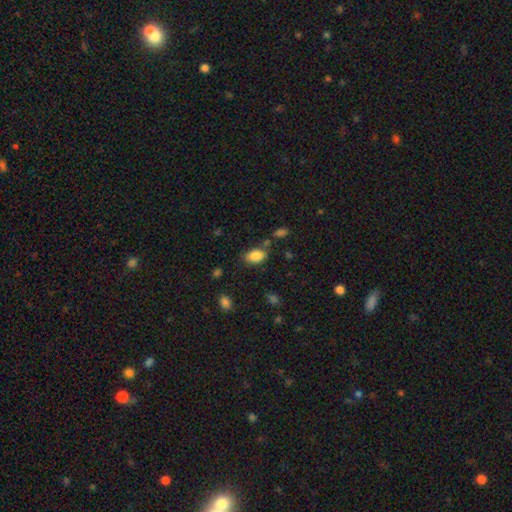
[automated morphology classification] smooth 85%, star or artifact 8%, featured or disk 6%. Down the decision tree: how rounded — in between (91%); merging — none (70%).